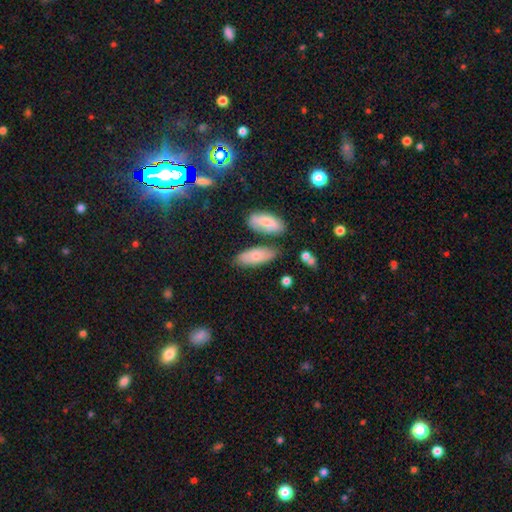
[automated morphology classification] smooth_or_featured: smooth (p=0.74) [alt: featured or disk p=0.18]
how_rounded: in between (p=0.83) [alt: cigar-shaped p=0.14]
merging: none (p=0.68) [alt: minor disturbance p=0.17]